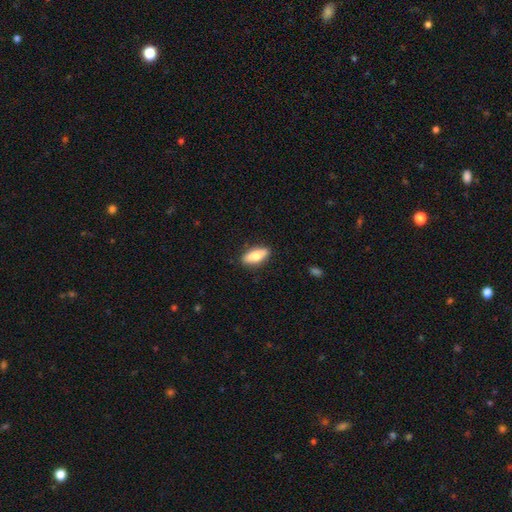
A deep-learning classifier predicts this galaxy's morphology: smooth_or_featured: smooth (p=0.70) [alt: featured or disk p=0.24]
how_rounded: in between (p=0.75) [alt: cigar-shaped p=0.22]
merging: none (p=0.88) [alt: minor disturbance p=0.09]